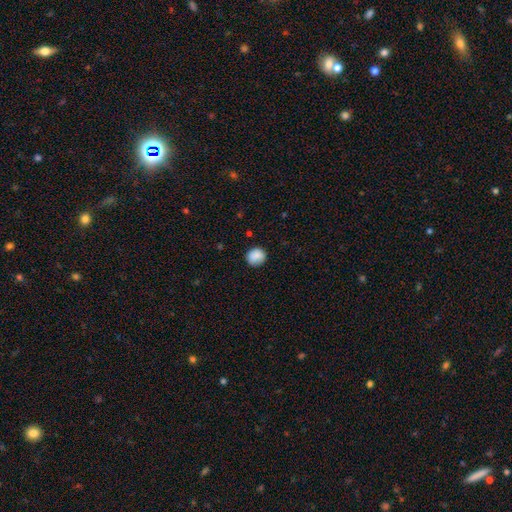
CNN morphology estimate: Smooth or featured?
  - smooth: 86% *
  - star or artifact: 8%
  - featured or disk: 6%
How rounded?
  - round: 86% *
  - in between: 13%
  - cigar-shaped: 1%
Merging?
  - none: 82% *
  - minor disturbance: 14%
  - major disturbance: 3%
  - merger: 1%